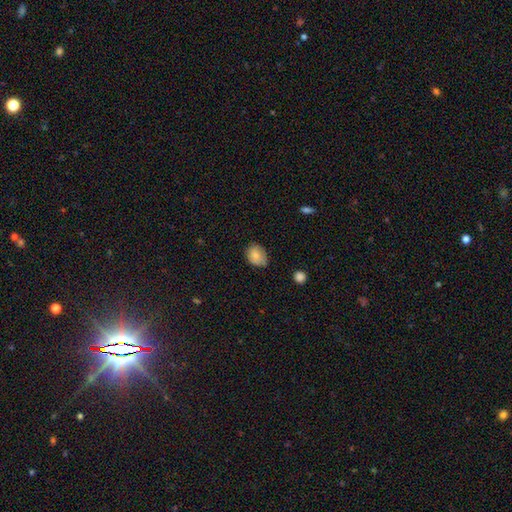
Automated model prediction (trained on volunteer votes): A smooth galaxy with no disk features (78%) that is in between round and cigar-shaped (58%). Merging: none (60%).